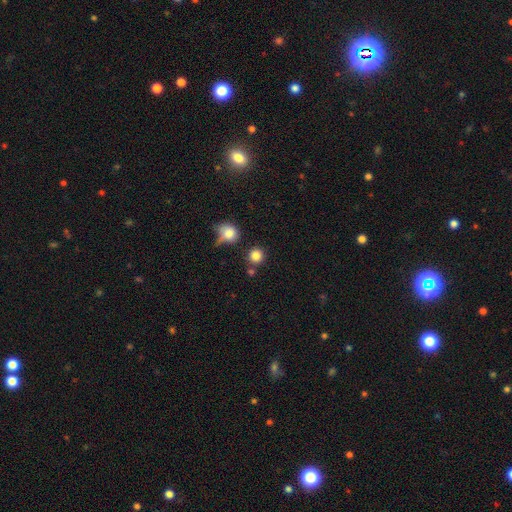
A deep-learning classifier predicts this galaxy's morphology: A smooth galaxy with no disk features (84%) that is round (91%).

Vote fractions:
- Smooth or featured? smooth: 84% / star or artifact: 11% / featured or disk: 6%
- How rounded? round: 91% / in between: 8% / cigar-shaped: 1%
- Merging? none: 75% / merger: 11% / minor disturbance: 10% / major disturbance: 4%